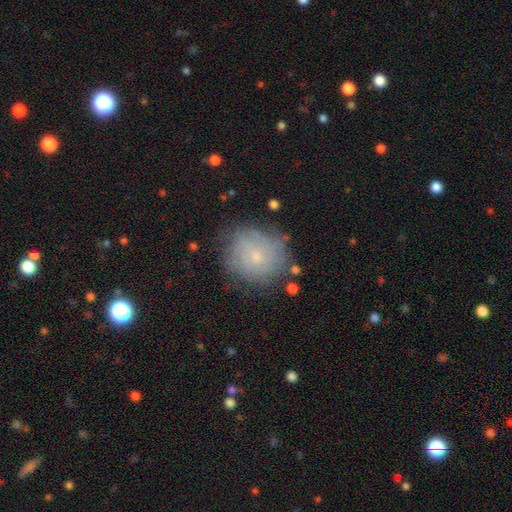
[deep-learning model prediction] A smooth galaxy with no disk features (50%). Merging: none (73%).